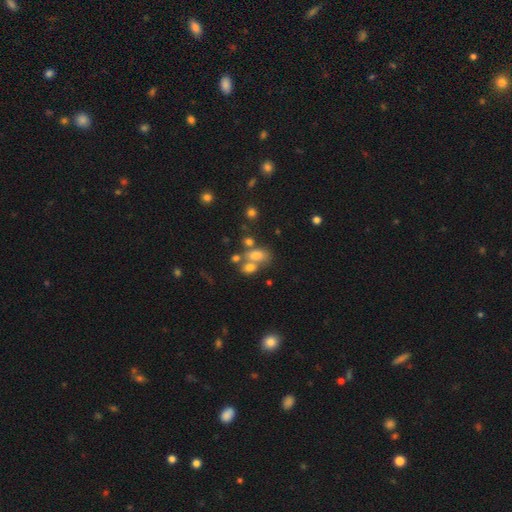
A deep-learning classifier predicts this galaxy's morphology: Smooth or featured? Predicted: smooth (p=0.68). How rounded? Predicted: in between (p=0.81). Merging? Predicted: merger (p=0.47).